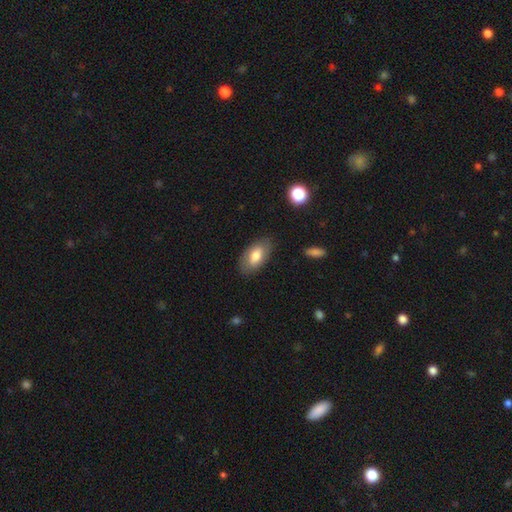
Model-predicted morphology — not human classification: Smooth or featured: smooth — 72% (featured or disk — 21%)
How rounded: in between — 93% (round — 4%)
Merging: none — 82% (minor disturbance — 13%)